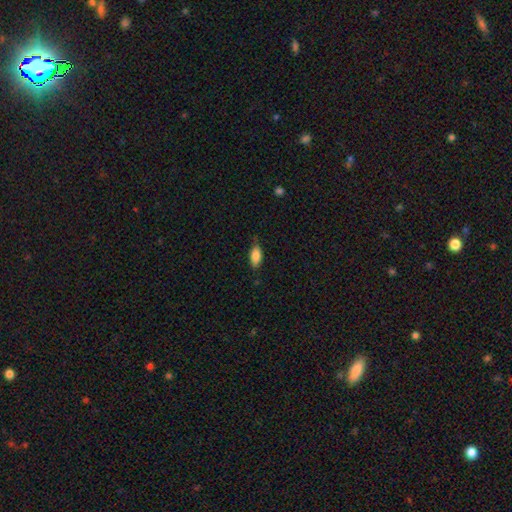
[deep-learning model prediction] The model was most divided on "merging": none: 72%, minor disturbance: 23%, major disturbance: 4%, merger: 1%. More confident: how rounded — in between (87%); smooth or featured — smooth (84%).